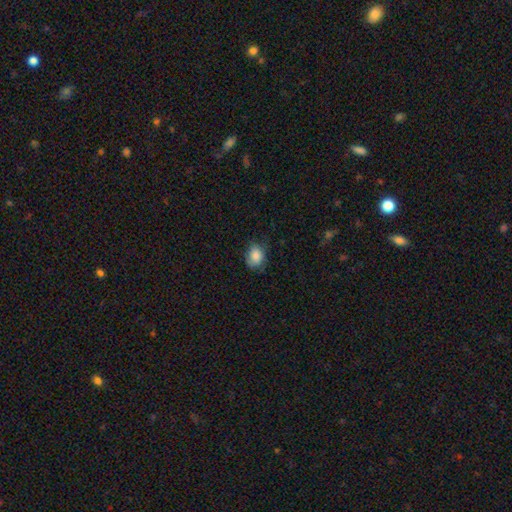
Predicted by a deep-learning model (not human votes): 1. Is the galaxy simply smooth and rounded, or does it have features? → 84% smooth, 8% star or artifact, 8% featured or disk.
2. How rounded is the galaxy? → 58% in between, 41% round, 1% cigar-shaped.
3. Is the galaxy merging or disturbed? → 65% none, 27% minor disturbance, 7% major disturbance, 1% merger.